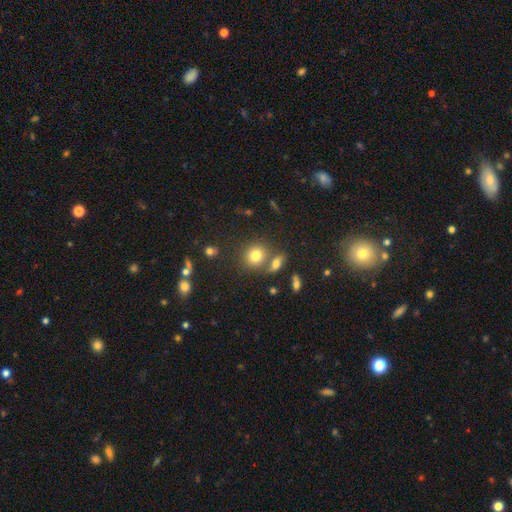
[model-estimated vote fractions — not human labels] Q: Smooth or featured?
A: smooth (77%); runner-up: star or artifact (13%)
Q: How rounded?
A: round (77%); runner-up: in between (22%)
Q: Merging?
A: none (63%); runner-up: merger (23%)